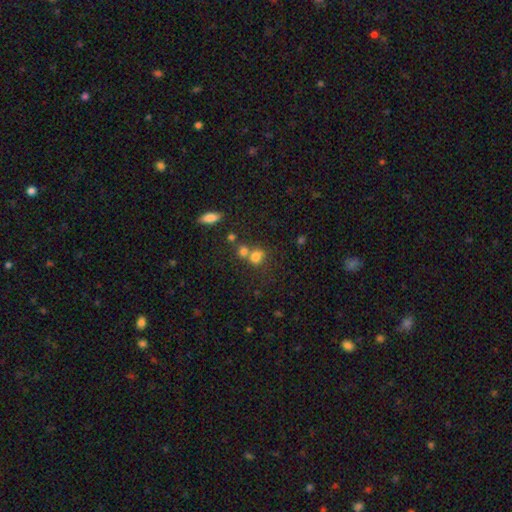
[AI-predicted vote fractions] Overall: smooth (75%). How rounded: round (58%; in between 40%). Merging: merger (47%; none 37%).